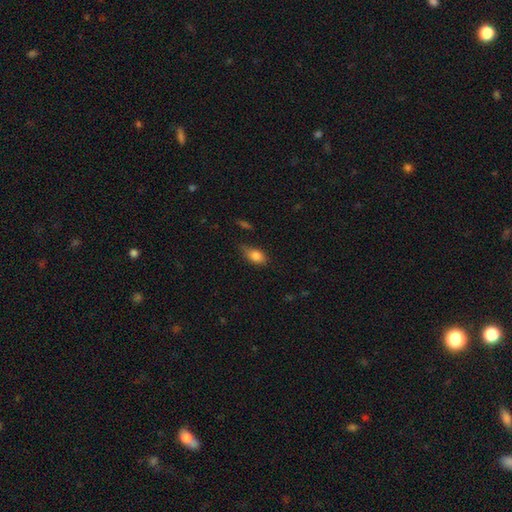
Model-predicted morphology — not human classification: This is clearly a smooth galaxy (82%). How rounded: clearly in between (85%). Merging: likely none (61%).